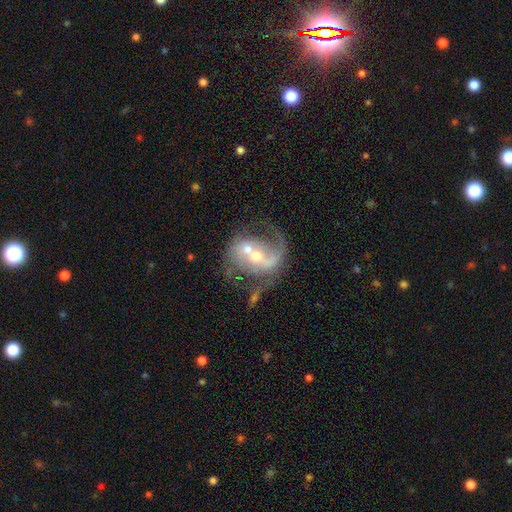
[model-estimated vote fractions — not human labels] A featured or disk galaxy (79%) with no bar (49%), 2 (59%) loose (46%) spiral arms (84%) and a moderate central bulge (54%). Merging: merger (44%).